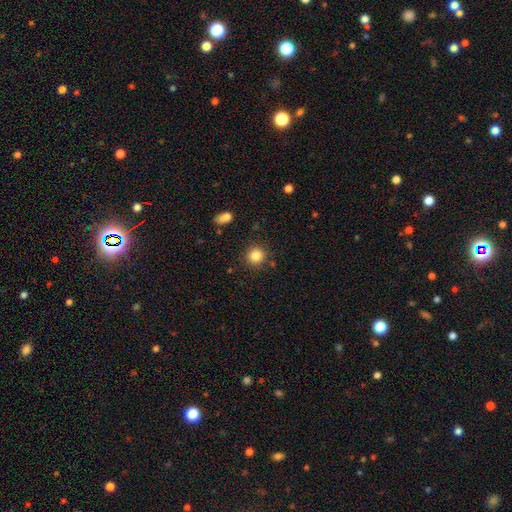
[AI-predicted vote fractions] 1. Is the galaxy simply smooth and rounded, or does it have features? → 85% smooth, 11% star or artifact, 5% featured or disk.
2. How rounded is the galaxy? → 91% round, 8% in between, 1% cigar-shaped.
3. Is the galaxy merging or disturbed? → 87% none, 8% minor disturbance, 3% major disturbance, 3% merger.